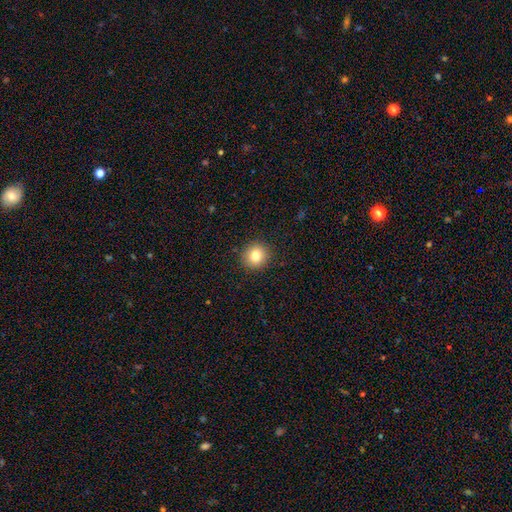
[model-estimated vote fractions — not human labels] Smooth or featured? Predicted: smooth (p=0.81). How rounded? Predicted: round (p=0.91). Merging? Predicted: none (p=0.91).